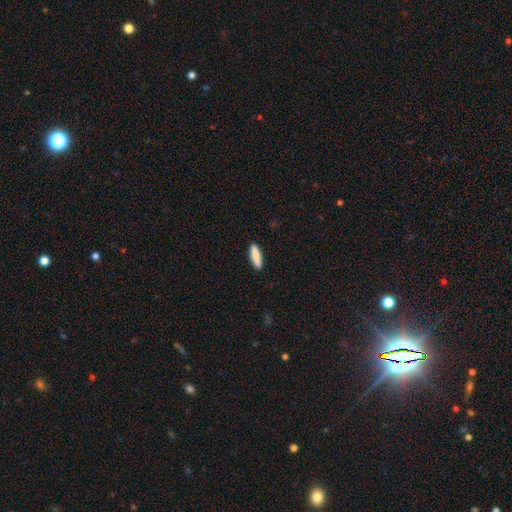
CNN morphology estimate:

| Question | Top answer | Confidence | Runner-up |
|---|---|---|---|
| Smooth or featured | smooth | 87% | featured or disk (7%) |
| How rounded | cigar-shaped | 69% | in between (30%) |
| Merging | none | 90% | minor disturbance (8%) |